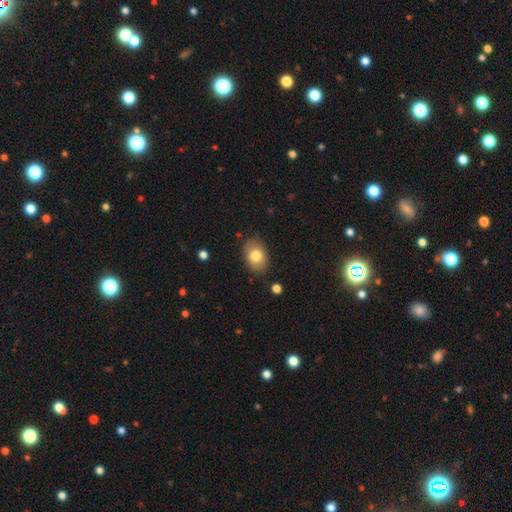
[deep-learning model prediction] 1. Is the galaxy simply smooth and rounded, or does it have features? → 79% smooth, 13% featured or disk, 8% star or artifact.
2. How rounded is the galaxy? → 79% in between, 20% round, 1% cigar-shaped.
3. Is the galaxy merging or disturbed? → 83% none, 12% minor disturbance, 3% major disturbance, 2% merger.